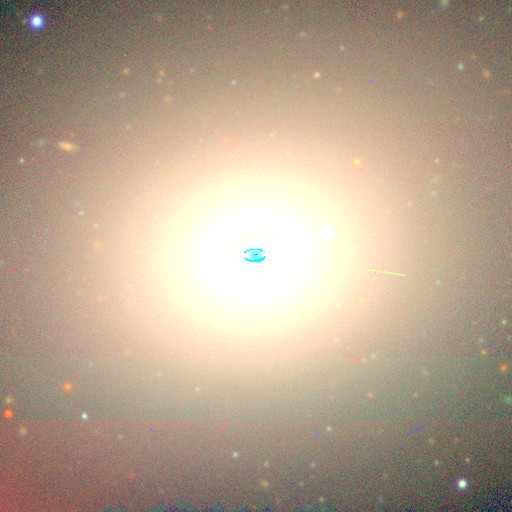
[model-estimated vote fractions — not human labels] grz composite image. It shows a smooth galaxy with no disk features (41%). Merging: none (85%).